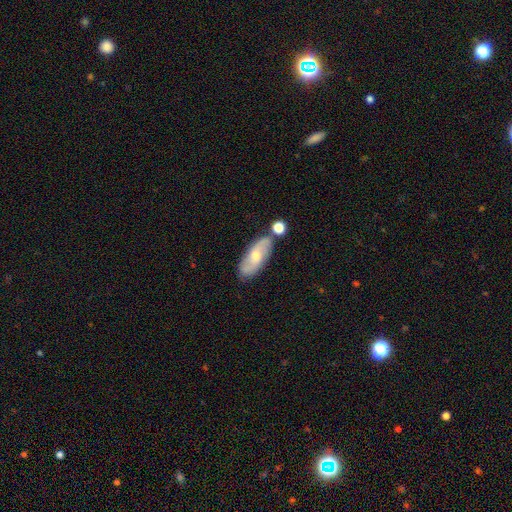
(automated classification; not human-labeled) The model was most divided on "smooth or featured": featured or disk: 52%, smooth: 41%, star or artifact: 7%. More confident: edge-on disk — no (85%); merging — none (71%).